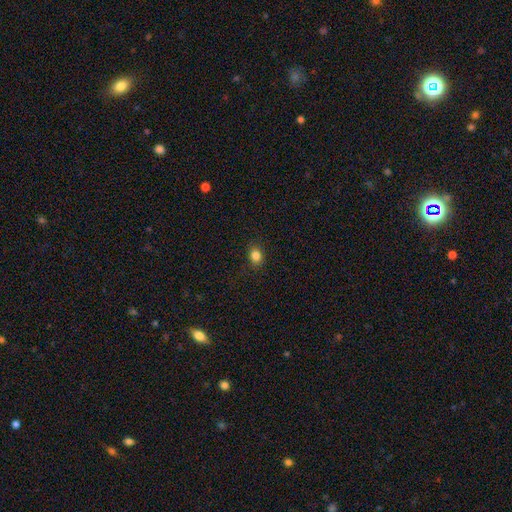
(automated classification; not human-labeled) A smooth galaxy with no disk features (84%) that is round (53%).

Vote fractions:
- Smooth or featured? smooth: 84% / star or artifact: 11% / featured or disk: 5%
- How rounded? round: 53% / in between: 46% / cigar-shaped: 1%
- Merging? none: 87% / minor disturbance: 10% / major disturbance: 3% / merger: 1%